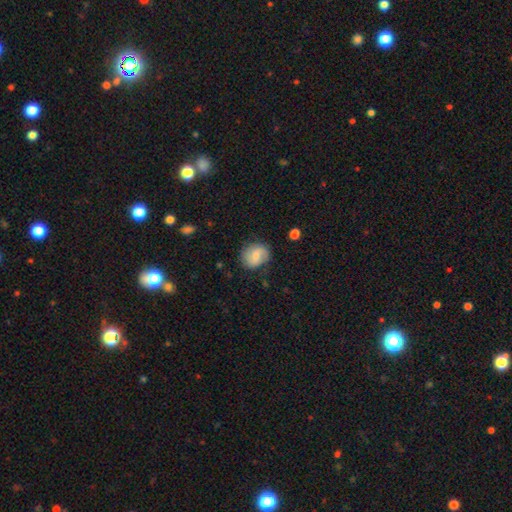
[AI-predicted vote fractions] smooth-or-featured: smooth: 48% | featured or disk: 44% | star or artifact: 7%
  merging: none: 75% | minor disturbance: 18% | major disturbance: 5% | merger: 2%